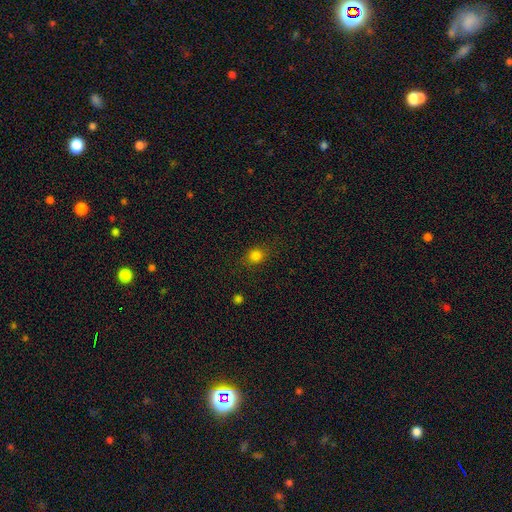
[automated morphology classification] Smooth or featured? smooth (81%)
How rounded? round (71%)
Merging? none (83%)